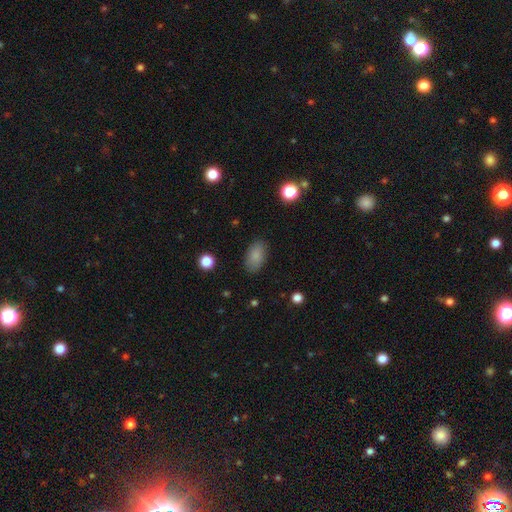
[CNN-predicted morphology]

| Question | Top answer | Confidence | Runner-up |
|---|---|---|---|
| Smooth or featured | smooth | 85% | star or artifact (8%) |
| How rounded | in between | 93% | round (5%) |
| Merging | none | 85% | minor disturbance (11%) |